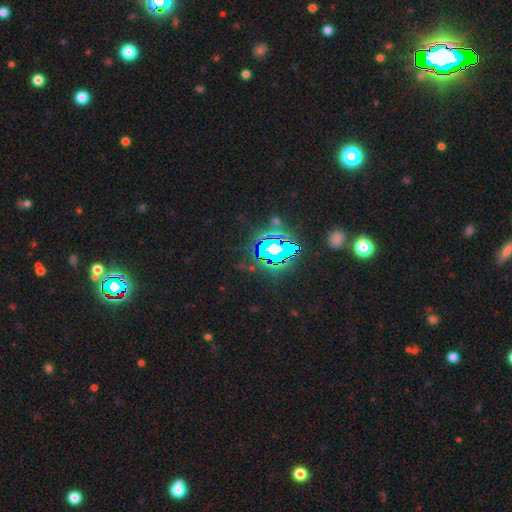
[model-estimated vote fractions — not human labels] Q: Smooth or featured?
A: star or artifact (82%); runner-up: smooth (11%)